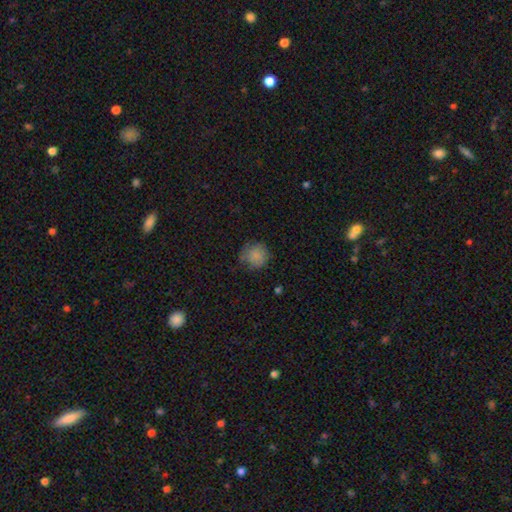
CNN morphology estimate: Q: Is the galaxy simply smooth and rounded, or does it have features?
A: smooth — 83%.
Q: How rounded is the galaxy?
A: round — 91%.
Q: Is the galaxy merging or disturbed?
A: none — 70%.